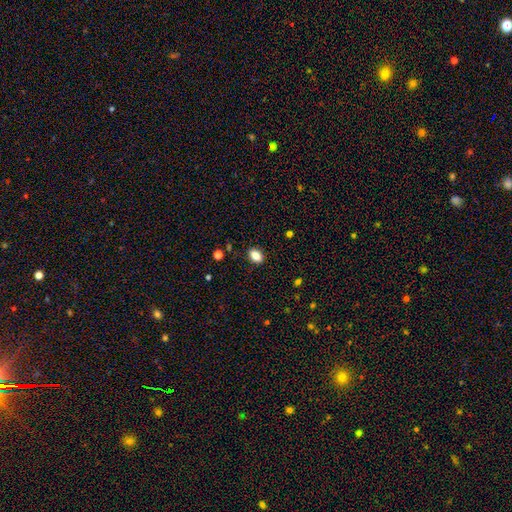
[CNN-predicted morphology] Smooth or featured?
  - smooth: 84% *
  - star or artifact: 9%
  - featured or disk: 7%
How rounded?
  - in between: 81% *
  - round: 17%
  - cigar-shaped: 2%
Merging?
  - none: 87% *
  - minor disturbance: 10%
  - major disturbance: 2%
  - merger: 1%